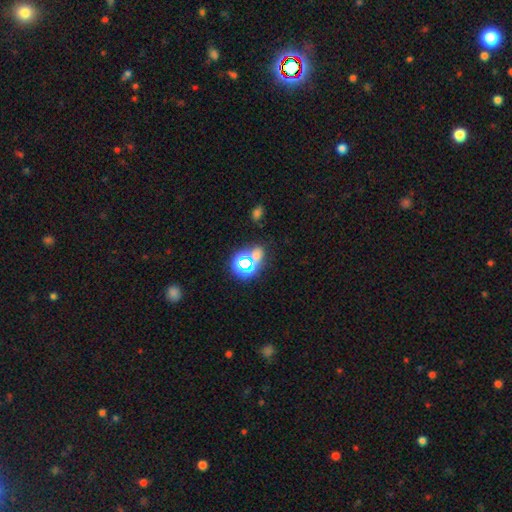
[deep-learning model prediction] star or artifact 53%, smooth 37%, featured or disk 10%.